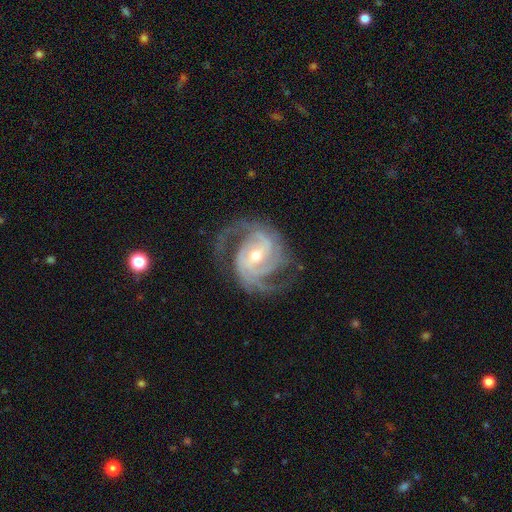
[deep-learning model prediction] Overall: featured or disk (92%). Edge-on disk: no (98%). Bar: weak (44%; no 29%). Spiral arms: yes (98%). Spiral arm count: 2 (44%; 3 31%). Spiral winding: medium (51%; tight 37%). Bulge size: small (51%; moderate 45%). Merging: none (71%).